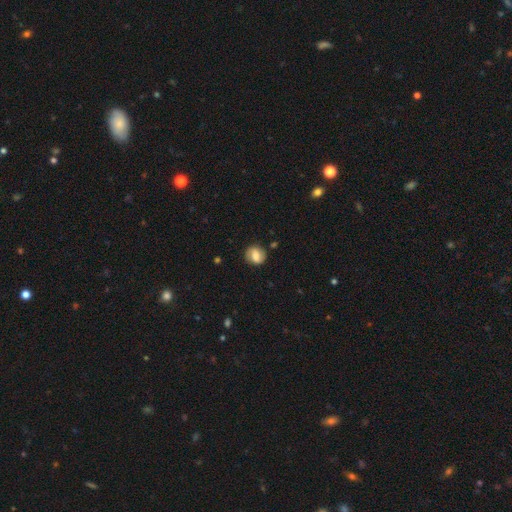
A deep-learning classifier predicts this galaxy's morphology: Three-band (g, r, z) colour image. It shows a smooth galaxy with no disk features (59%) that is round (73%). Merging: none (81%).